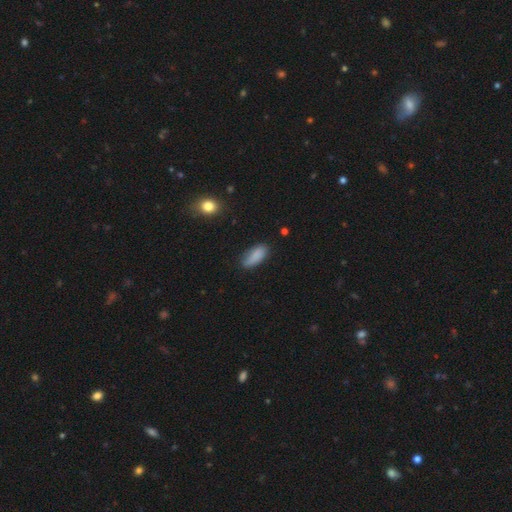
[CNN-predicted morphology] smooth_or_featured: smooth (p=0.85) [alt: featured or disk p=0.08]
how_rounded: in between (p=0.81) [alt: cigar-shaped p=0.17]
merging: none (p=0.68) [alt: minor disturbance p=0.24]